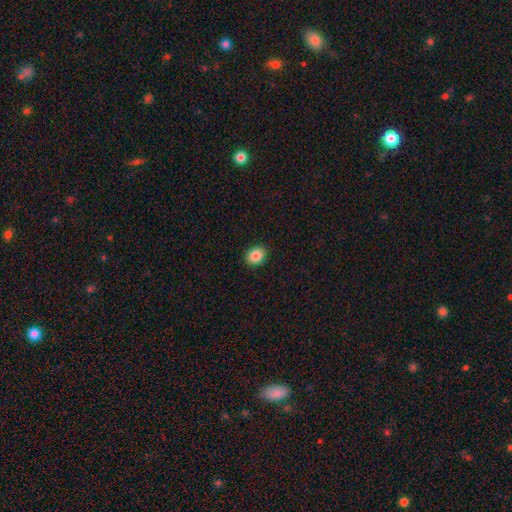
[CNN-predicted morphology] smooth-or-featured: smooth: 86% | star or artifact: 9% | featured or disk: 5%
  how-rounded: round: 54% | in between: 45% | cigar-shaped: 1%
  merging: none: 91% | minor disturbance: 6% | major disturbance: 2% | merger: 1%